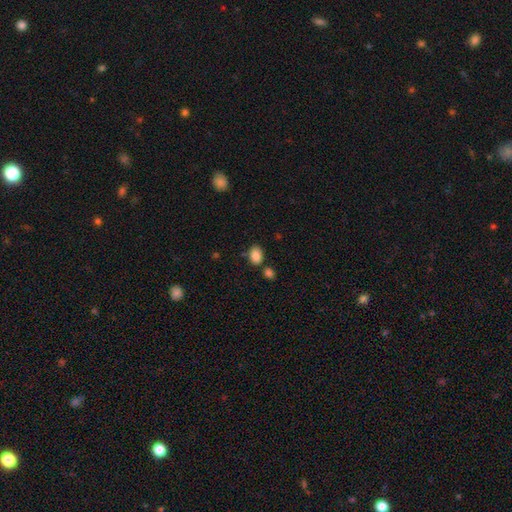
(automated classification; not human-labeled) smooth_or_featured: smooth (p=0.86) [alt: star or artifact p=0.09]
how_rounded: in between (p=0.79) [alt: round p=0.20]
merging: none (p=0.72) [alt: minor disturbance p=0.13]